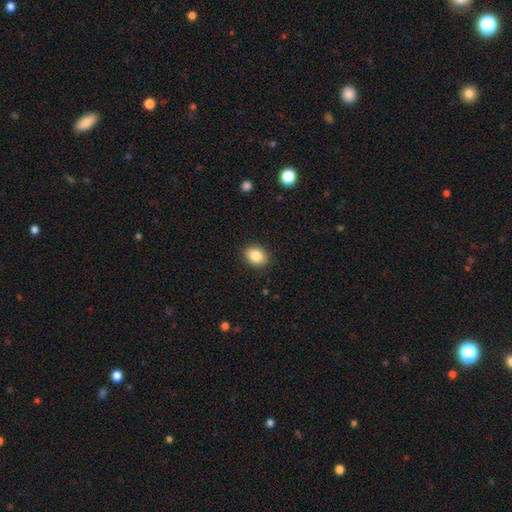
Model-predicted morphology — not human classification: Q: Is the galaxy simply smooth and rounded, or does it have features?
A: smooth — 85%.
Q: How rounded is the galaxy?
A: in between — 58%.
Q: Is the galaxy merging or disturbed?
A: none — 89%.